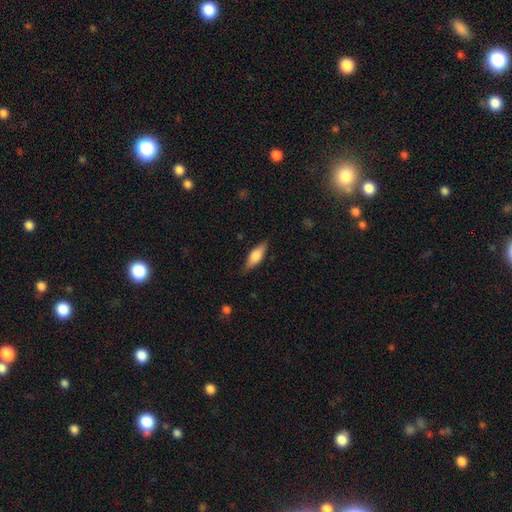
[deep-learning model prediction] Smooth or featured? Predicted: smooth (p=0.57). How rounded? Predicted: in between (p=0.57). Merging? Predicted: none (p=0.82).